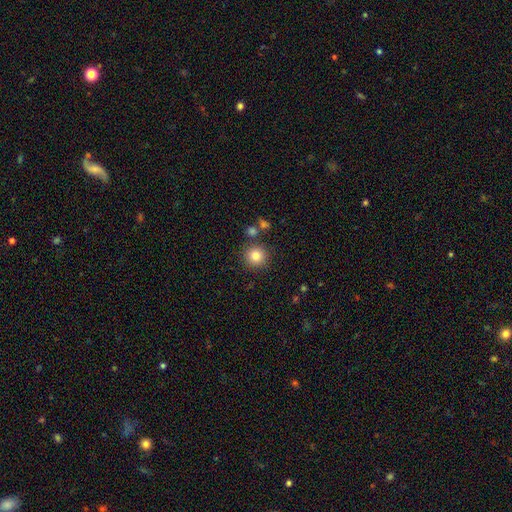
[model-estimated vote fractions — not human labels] The model was most divided on "smooth or featured": smooth: 82%, star or artifact: 11%, featured or disk: 7%. More confident: how rounded — round (93%); merging — none (83%).